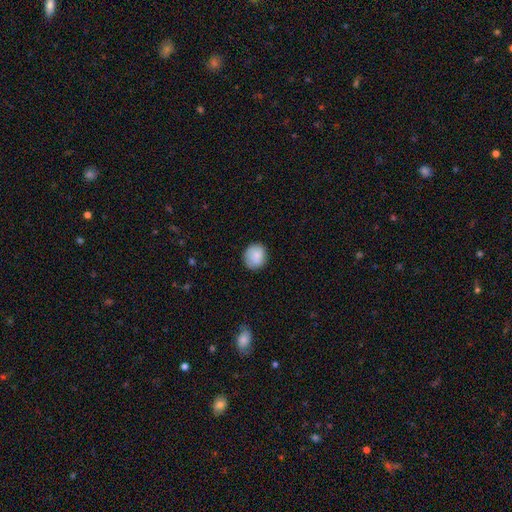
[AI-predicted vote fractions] smooth_or_featured: smooth (p=0.86) [alt: star or artifact p=0.07]
how_rounded: round (p=0.79) [alt: in between p=0.20]
merging: none (p=0.84) [alt: minor disturbance p=0.12]